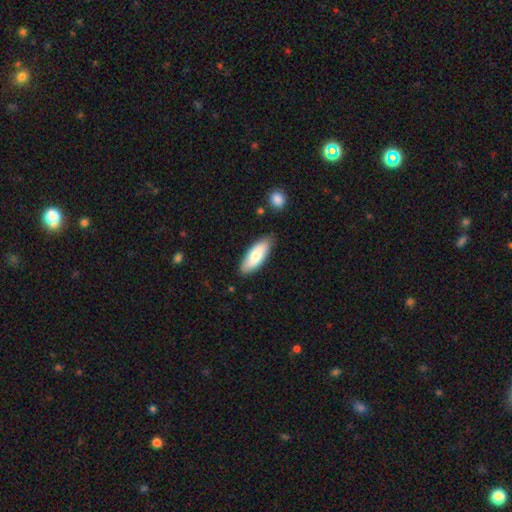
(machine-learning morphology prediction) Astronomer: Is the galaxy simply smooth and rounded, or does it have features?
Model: smooth — 79%.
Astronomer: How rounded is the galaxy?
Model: in between — 70%.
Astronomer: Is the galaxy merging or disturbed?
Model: none — 83%.